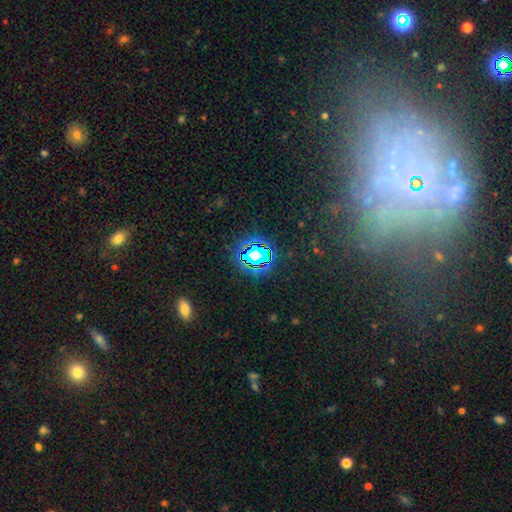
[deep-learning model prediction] star or artifact 75%, smooth 15%, featured or disk 10%.